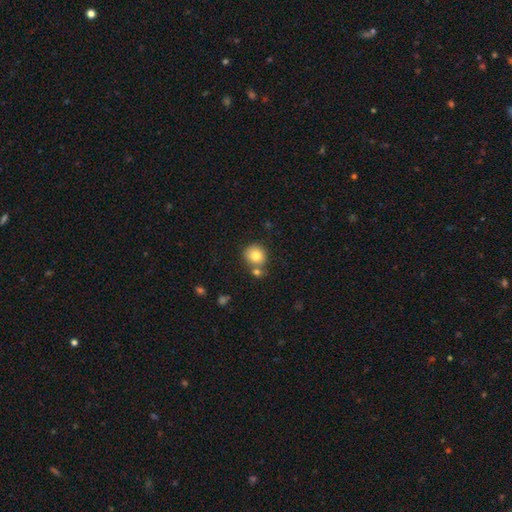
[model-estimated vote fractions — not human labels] The model was most divided on "merging": none: 65%, merger: 21%, minor disturbance: 11%, major disturbance: 3%. More confident: how rounded — round (85%); smooth or featured — smooth (81%).